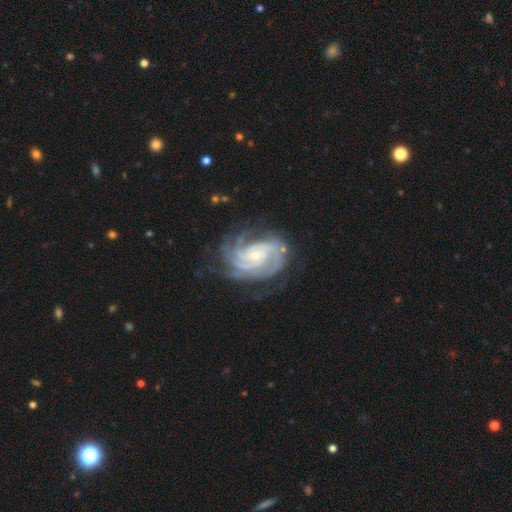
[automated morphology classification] A featured or disk galaxy (91%) with no bar (61%), 3 (30%) tight (65%) spiral arms (98%) and a small central bulge (70%).

Vote fractions:
- Smooth or featured? featured or disk: 91% / star or artifact: 5% / smooth: 4%
- Edge-on disk? no: 98% / yes: 2%
- Bar? no: 61% / weak: 29% / strong: 10%
- Spiral arms? yes: 98% / no: 2%
- Spiral winding? tight: 65% / medium: 31% / loose: 4%
- Spiral arm count? 3: 30% / 4: 25% / can't tell: 16% / 2: 15% / more than 4: 8% / 1: 6%
- Bulge size? small: 70% / moderate: 26% / none: 2% / large: 2% / dominant: 1%
- Merging? none: 68% / minor disturbance: 20% / major disturbance: 11% / merger: 2%